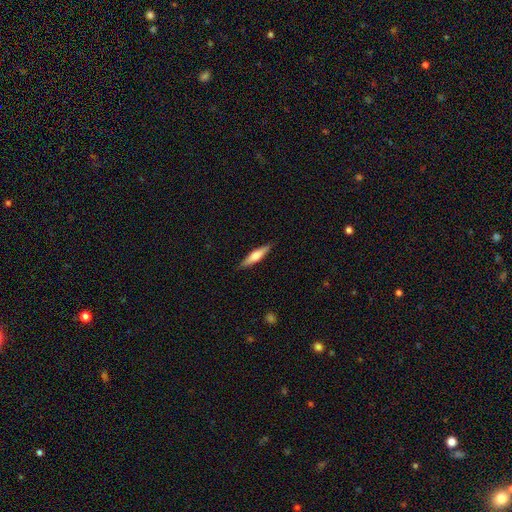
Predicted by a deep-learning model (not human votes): Smooth or featured? Predicted: smooth (p=0.54). How rounded? Predicted: cigar-shaped (p=0.80). Merging? Predicted: none (p=0.89).